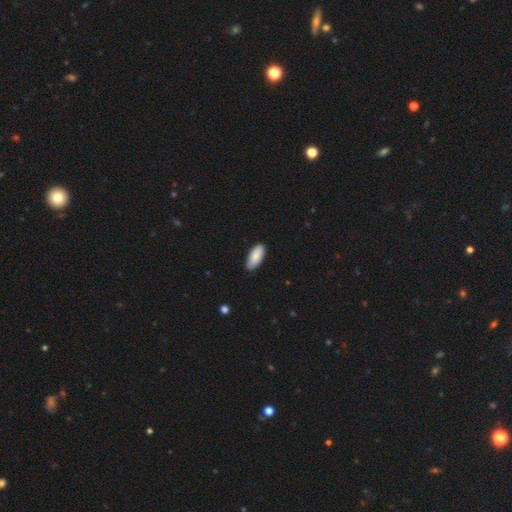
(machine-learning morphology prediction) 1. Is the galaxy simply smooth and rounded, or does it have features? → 88% smooth, 7% featured or disk, 6% star or artifact.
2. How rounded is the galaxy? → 88% in between, 11% cigar-shaped, 2% round.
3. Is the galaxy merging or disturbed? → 85% none, 12% minor disturbance, 2% major disturbance, 1% merger.